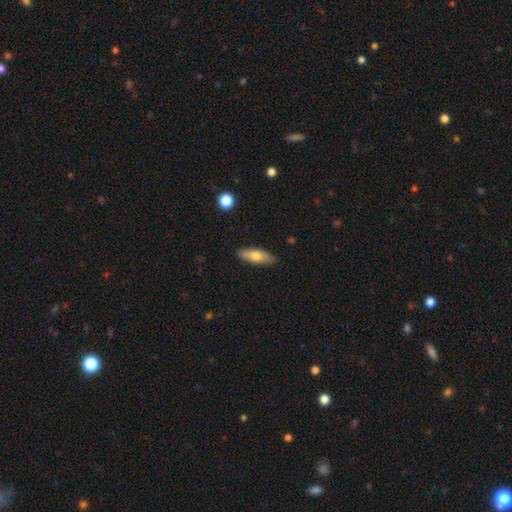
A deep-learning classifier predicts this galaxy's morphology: A smooth galaxy with no disk features (66%) that is in between round and cigar-shaped (56%).

Vote fractions:
- Smooth or featured? smooth: 66% / featured or disk: 28% / star or artifact: 6%
- How rounded? in between: 56% / cigar-shaped: 41% / round: 3%
- Merging? none: 87% / minor disturbance: 10% / major disturbance: 2% / merger: 1%